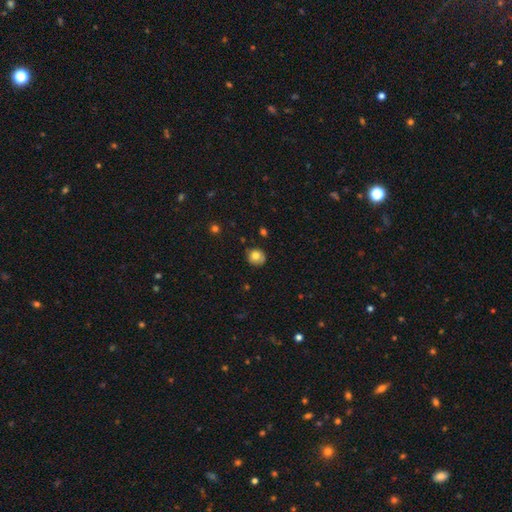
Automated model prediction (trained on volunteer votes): A smooth galaxy with no disk features (77%) that is round (84%). Merging: none (77%).